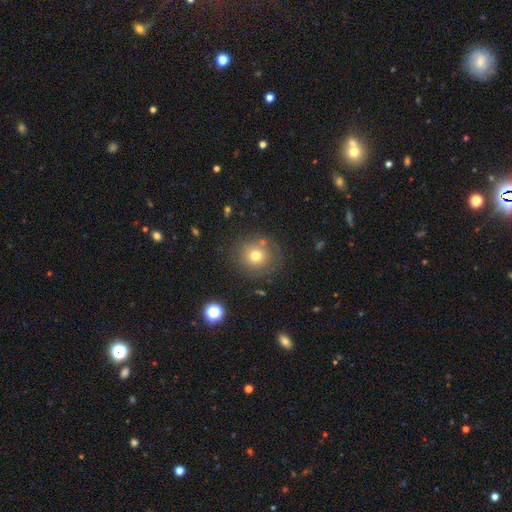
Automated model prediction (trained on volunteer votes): The model was most divided on "smooth or featured": smooth: 72%, featured or disk: 14%, star or artifact: 14%. More confident: how rounded — round (91%); merging — none (80%).